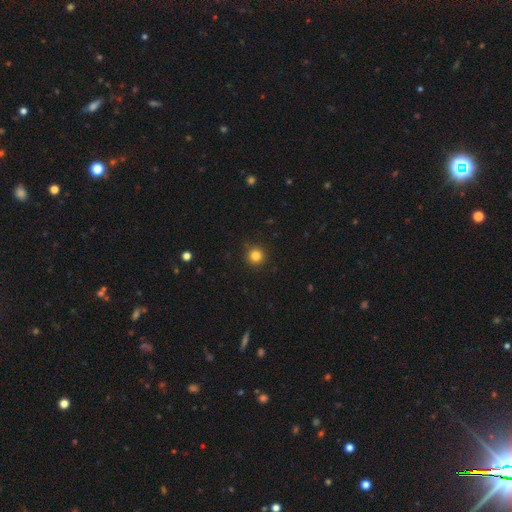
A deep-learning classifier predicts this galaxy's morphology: smooth-or-featured: smooth: 83% | star or artifact: 12% | featured or disk: 5%
  how-rounded: round: 95% | in between: 4% | cigar-shaped: 1%
  merging: none: 91% | minor disturbance: 6% | major disturbance: 2% | merger: 1%